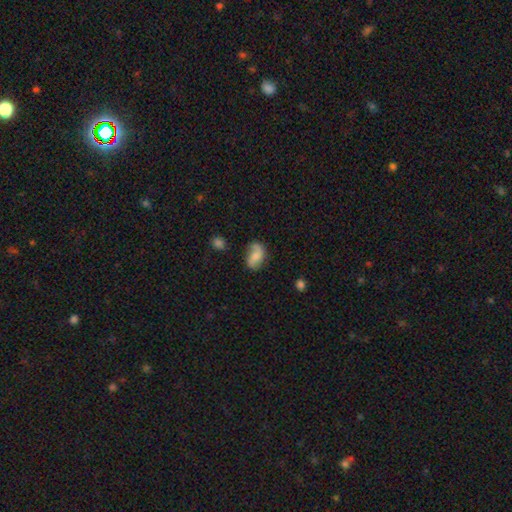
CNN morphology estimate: smooth 50%, featured or disk 42%, star or artifact 8%. Down the decision tree: merging — none (59%).